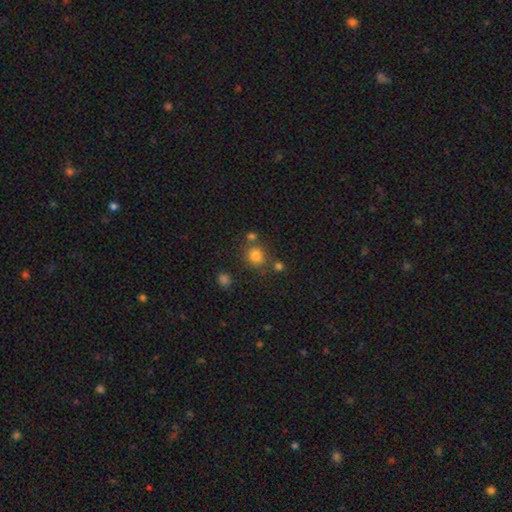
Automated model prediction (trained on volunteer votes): A smooth galaxy with no disk features (79%) that is round (84%).

Vote fractions:
- Smooth or featured? smooth: 79% / star or artifact: 14% / featured or disk: 7%
- How rounded? round: 84% / in between: 15% / cigar-shaped: 1%
- Merging? none: 70% / merger: 15% / minor disturbance: 10% / major disturbance: 4%